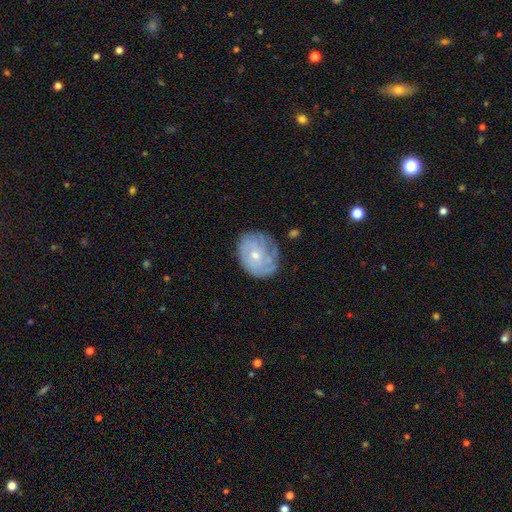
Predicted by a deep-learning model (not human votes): The model was most divided on "bulge size": small: 56%, moderate: 40%, none: 2%, large: 1%, dominant: 1%. More confident: edge-on disk — no (97%); bar — no (82%); spiral arms — yes (69%); merging — none (63%); smooth or featured — featured or disk (59%).